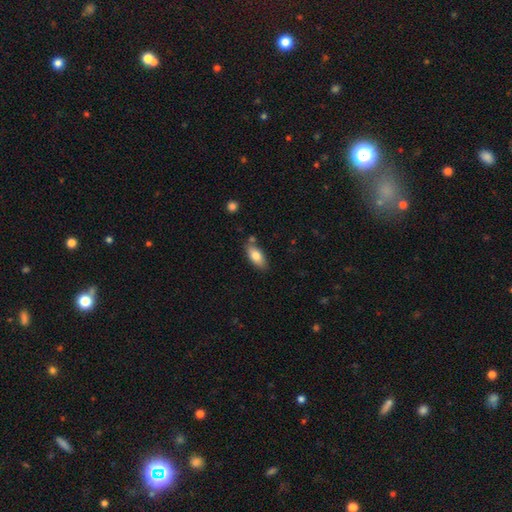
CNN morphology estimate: The model was most divided on "merging": none: 74%, minor disturbance: 15%, merger: 8%, major disturbance: 3%. More confident: how rounded — in between (85%); smooth or featured — smooth (78%).